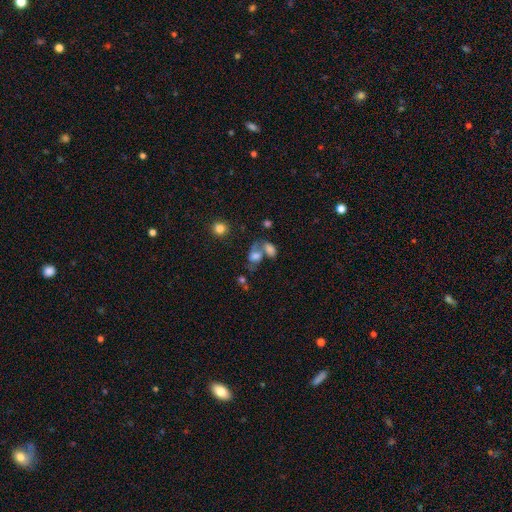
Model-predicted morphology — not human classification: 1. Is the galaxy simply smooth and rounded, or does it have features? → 62% smooth, 24% featured or disk, 14% star or artifact.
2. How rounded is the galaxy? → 76% in between, 22% round, 2% cigar-shaped.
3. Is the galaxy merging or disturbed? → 50% merger, 25% none, 13% major disturbance, 12% minor disturbance.